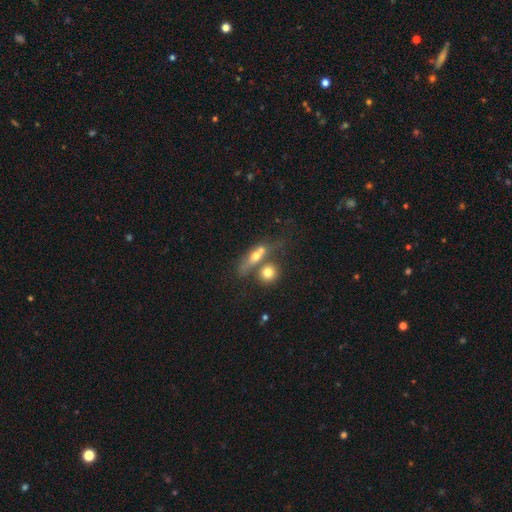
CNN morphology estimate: Smooth or featured? Predicted: smooth (p=0.55). How rounded? Predicted: in between (p=0.48). Merging? Predicted: merger (p=0.46).